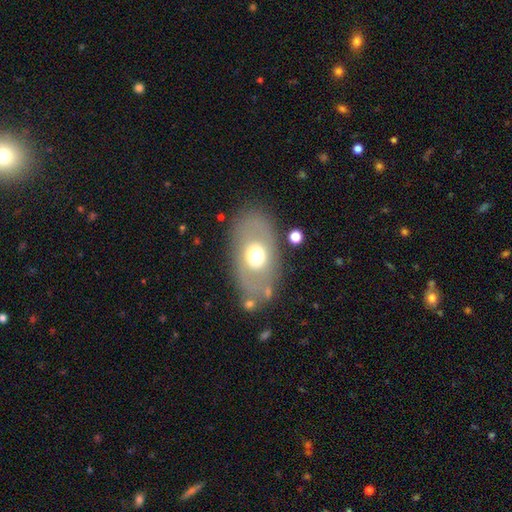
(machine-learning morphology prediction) This appears to be a smooth galaxy with no disk features (49%). Merging: none (78%).